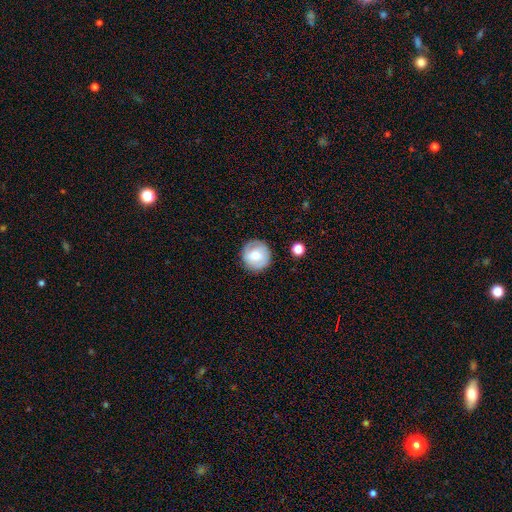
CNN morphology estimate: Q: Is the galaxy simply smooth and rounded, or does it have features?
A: smooth — 61%.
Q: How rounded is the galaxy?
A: round — 92%.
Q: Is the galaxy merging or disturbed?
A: none — 84%.